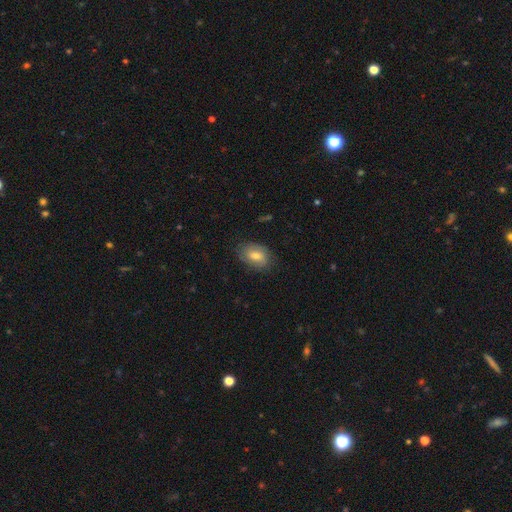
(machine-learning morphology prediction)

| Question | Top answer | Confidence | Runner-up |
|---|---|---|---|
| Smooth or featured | smooth | 68% | featured or disk (23%) |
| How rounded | in between | 85% | round (14%) |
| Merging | none | 79% | minor disturbance (16%) |